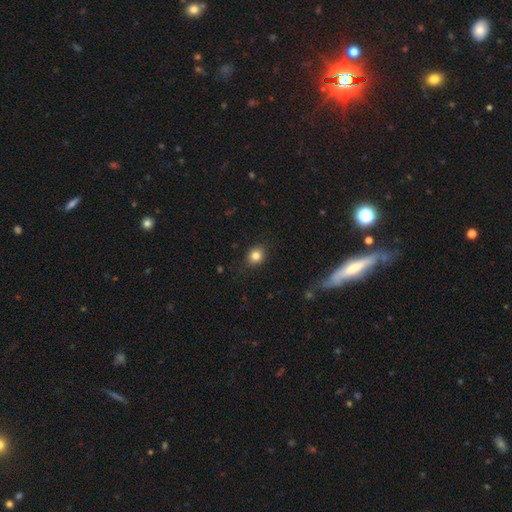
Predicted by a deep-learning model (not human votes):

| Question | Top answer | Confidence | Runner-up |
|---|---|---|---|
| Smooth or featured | smooth | 82% | star or artifact (11%) |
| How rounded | round | 59% | in between (40%) |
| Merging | none | 85% | minor disturbance (11%) |